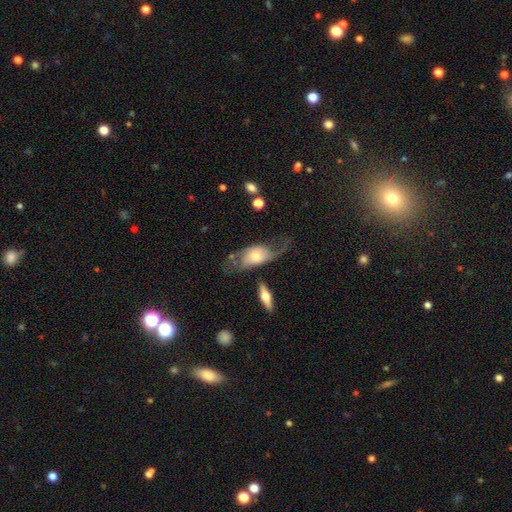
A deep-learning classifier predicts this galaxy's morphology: Smooth or featured: featured or disk — 66% (smooth — 27%)
Edge-on disk: no — 86% (yes — 14%)
Bar: no — 70% (weak — 24%)
Spiral arms: yes — 84% (no — 16%)
Bulge size: moderate — 53% (small — 32%)
Merging: none — 43% (major disturbance — 28%)